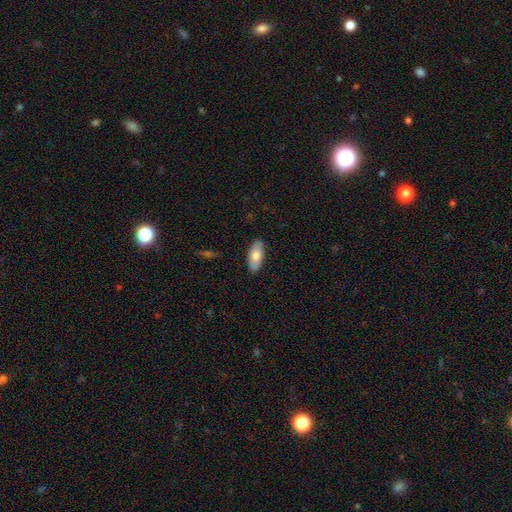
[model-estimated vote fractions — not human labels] Q: Smooth or featured?
A: smooth (70%); runner-up: featured or disk (24%)
Q: How rounded?
A: in between (89%); runner-up: cigar-shaped (8%)
Q: Merging?
A: none (87%); runner-up: minor disturbance (10%)